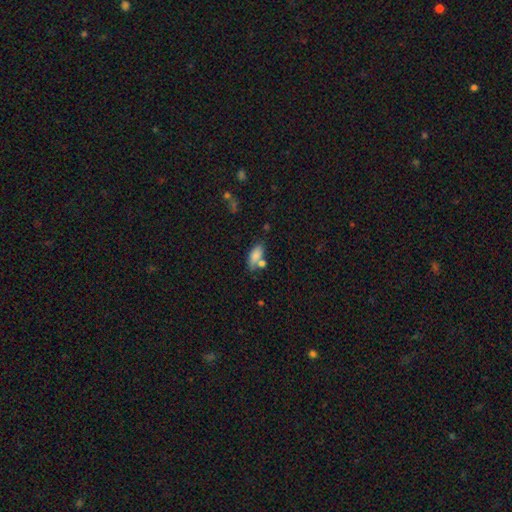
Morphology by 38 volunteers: type=smooth (84%); roundness=in between (75%); merging=none (50%).